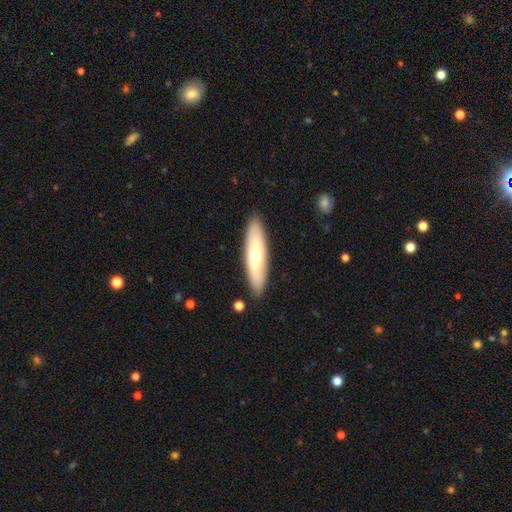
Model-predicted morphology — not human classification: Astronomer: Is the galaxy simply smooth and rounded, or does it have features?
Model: smooth — 56% (runner-up: featured or disk, 39%).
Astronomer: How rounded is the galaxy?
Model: cigar-shaped — 70%.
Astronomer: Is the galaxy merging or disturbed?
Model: none — 89%.